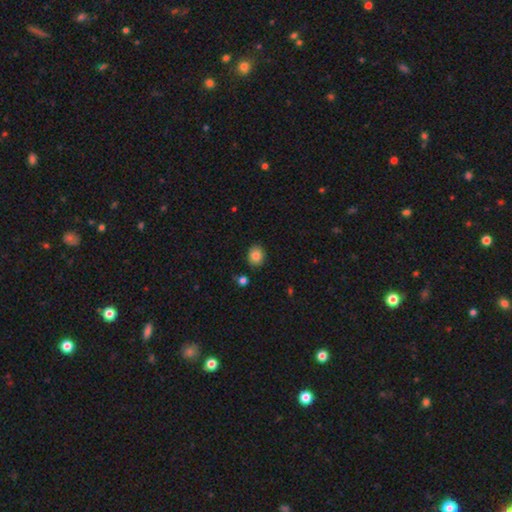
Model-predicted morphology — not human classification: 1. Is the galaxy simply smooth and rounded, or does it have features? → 84% smooth, 9% star or artifact, 7% featured or disk.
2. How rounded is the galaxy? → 60% round, 39% in between, 1% cigar-shaped.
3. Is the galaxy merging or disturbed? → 88% none, 8% minor disturbance, 2% merger, 2% major disturbance.